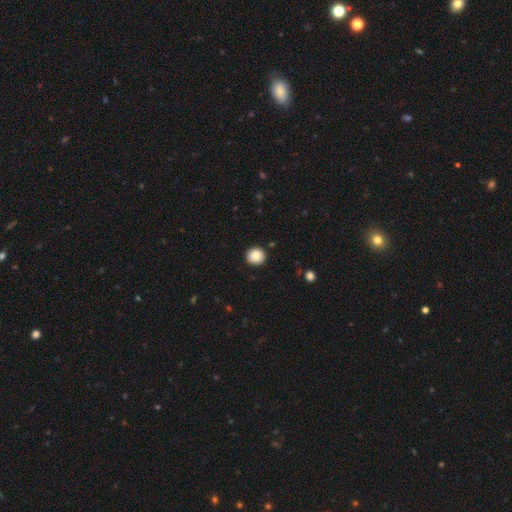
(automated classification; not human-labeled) Q: Smooth or featured?
A: smooth (88%); runner-up: star or artifact (9%)
Q: How rounded?
A: round (87%); runner-up: in between (12%)
Q: Merging?
A: none (90%); runner-up: minor disturbance (7%)